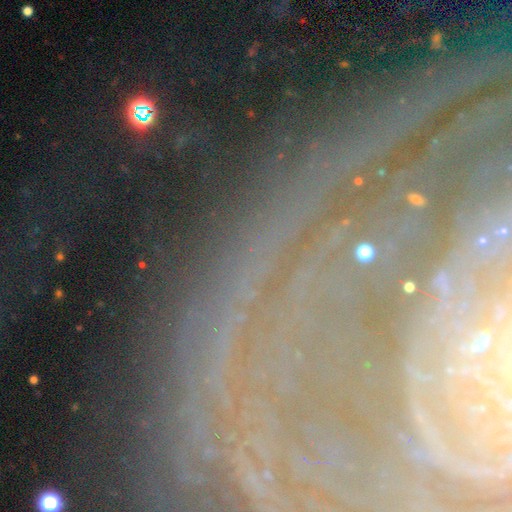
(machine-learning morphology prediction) Smooth or featured: star or artifact — 48% (featured or disk — 35%)